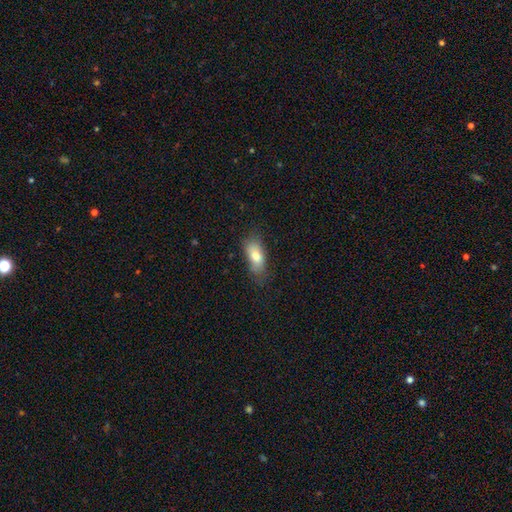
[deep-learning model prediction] The model was most divided on "merging": none: 66%, minor disturbance: 24%, major disturbance: 8%, merger: 2%. More confident: how rounded — in between (85%); smooth or featured — smooth (76%).